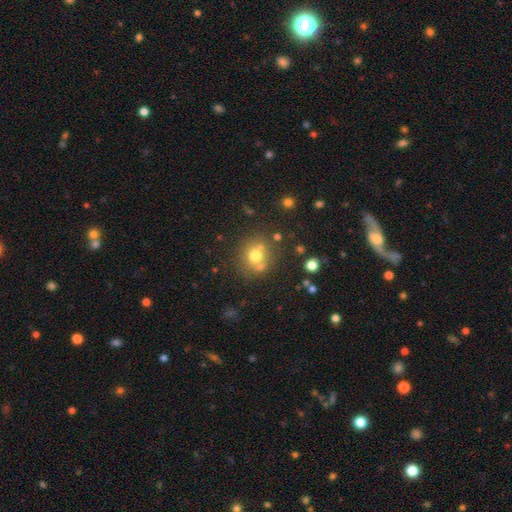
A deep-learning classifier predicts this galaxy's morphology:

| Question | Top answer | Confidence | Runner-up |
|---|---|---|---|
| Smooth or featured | smooth | 69% | featured or disk (16%) |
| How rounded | round | 81% | in between (18%) |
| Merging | none | 63% | merger (20%) |